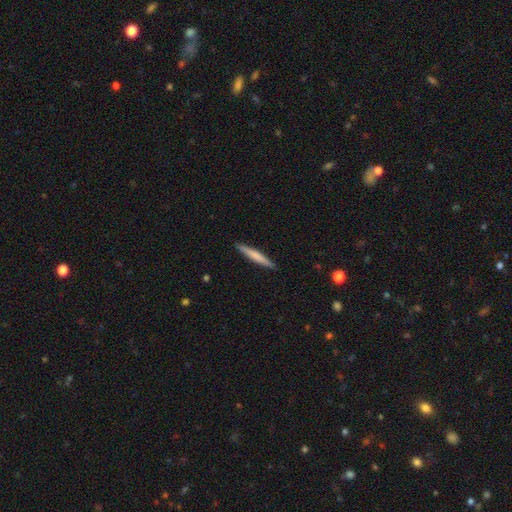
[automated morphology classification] Overall: smooth (65%; featured or disk 30%). How rounded: cigar-shaped (95%). Merging: none (91%).